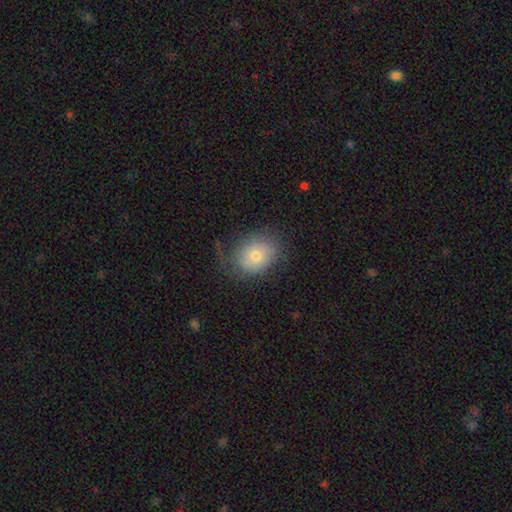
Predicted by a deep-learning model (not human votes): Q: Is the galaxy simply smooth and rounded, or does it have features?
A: smooth — 72%.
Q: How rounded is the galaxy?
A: round — 50%.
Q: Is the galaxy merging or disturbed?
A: none — 66%.